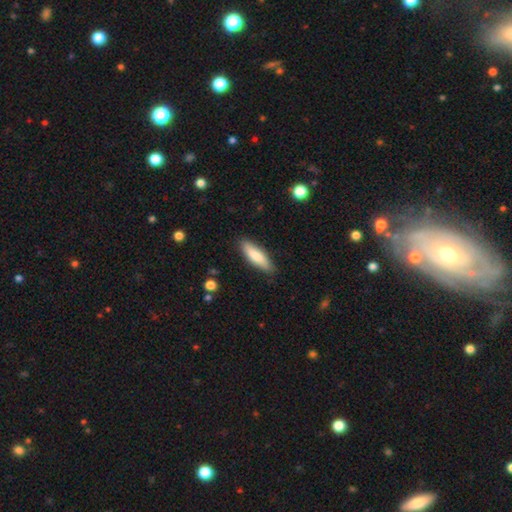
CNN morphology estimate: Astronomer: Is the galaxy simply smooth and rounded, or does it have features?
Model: smooth — 80%.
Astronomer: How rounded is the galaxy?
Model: cigar-shaped — 56% (runner-up: in between, 43%).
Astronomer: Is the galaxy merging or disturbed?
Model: none — 85%.